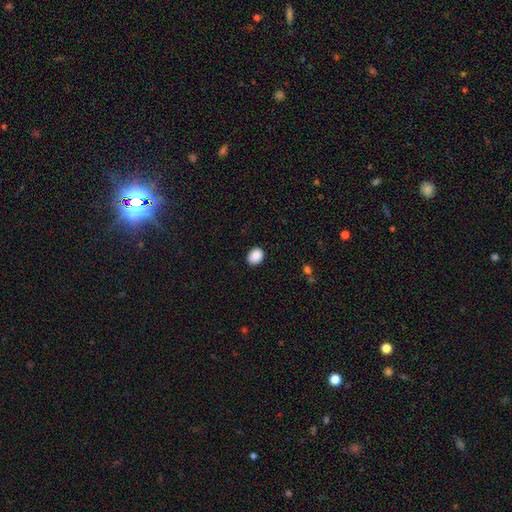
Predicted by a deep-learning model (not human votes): smooth 89%, star or artifact 8%, featured or disk 3%. Down the decision tree: how rounded — in between (58%); merging — none (88%).